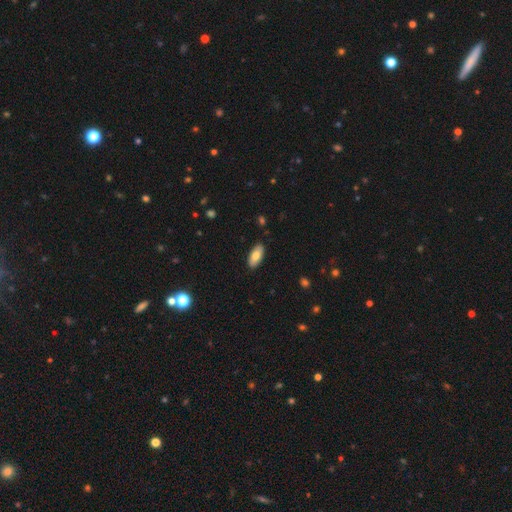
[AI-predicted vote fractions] smooth-or-featured: smooth: 77% | featured or disk: 16% | star or artifact: 6%
  how-rounded: in between: 88% | cigar-shaped: 9% | round: 2%
  merging: none: 88% | minor disturbance: 9% | major disturbance: 2% | merger: 1%